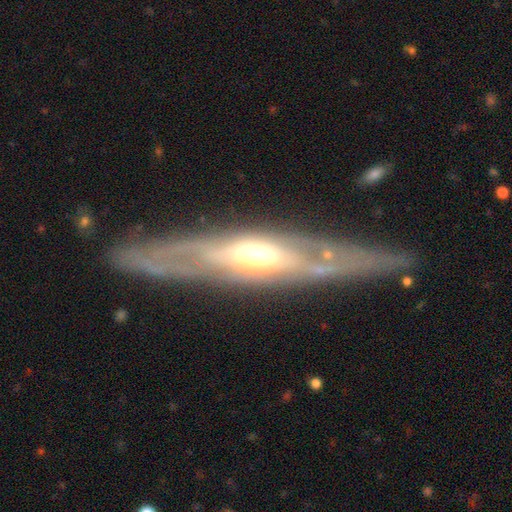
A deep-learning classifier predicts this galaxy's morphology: smooth-or-featured: featured or disk: 78% | smooth: 16% | star or artifact: 5%
  disk-edge-on: yes: 53% | no: 47%
  merging: none: 75% | minor disturbance: 15% | major disturbance: 7% | merger: 2%